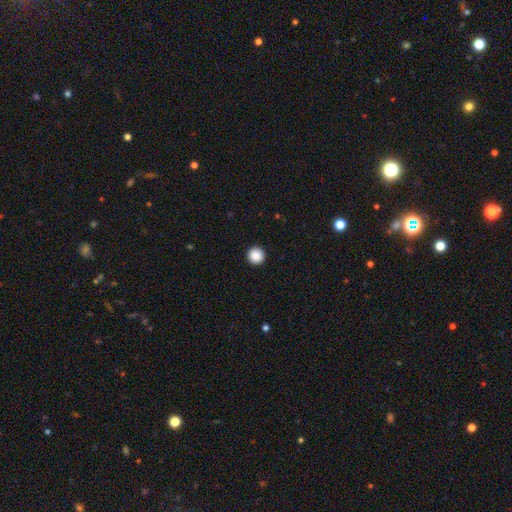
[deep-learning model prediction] smooth 89%, star or artifact 9%, featured or disk 2%. Down the decision tree: how rounded — round (96%); merging — none (94%).